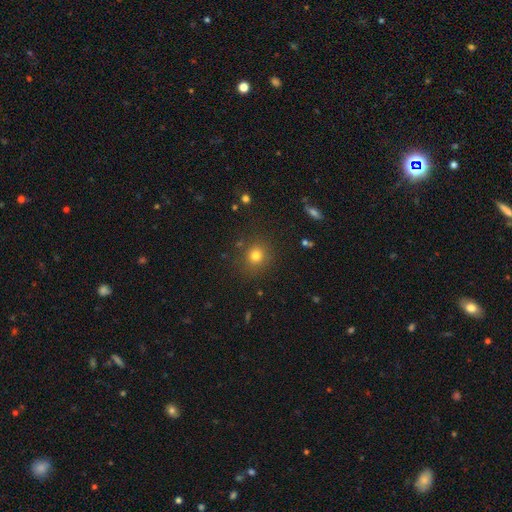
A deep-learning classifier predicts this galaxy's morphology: Smooth or featured? Predicted: smooth (p=0.77). How rounded? Predicted: round (p=0.86). Merging? Predicted: none (p=0.86).